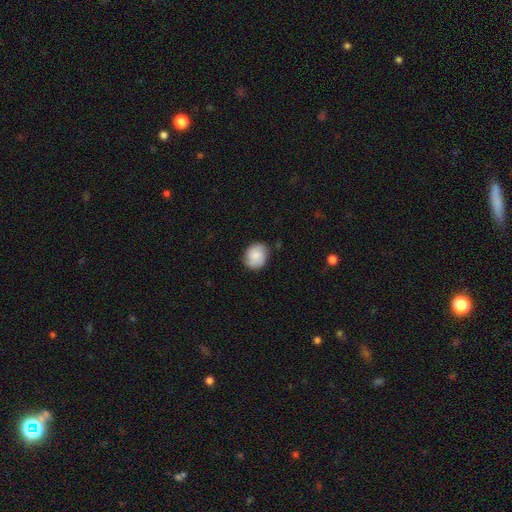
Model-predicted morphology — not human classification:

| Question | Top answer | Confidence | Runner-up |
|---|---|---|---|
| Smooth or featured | smooth | 69% | featured or disk (23%) |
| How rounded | round | 68% | in between (31%) |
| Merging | none | 78% | minor disturbance (17%) |